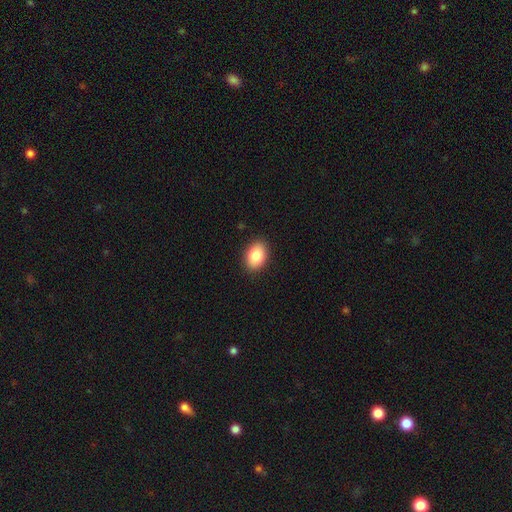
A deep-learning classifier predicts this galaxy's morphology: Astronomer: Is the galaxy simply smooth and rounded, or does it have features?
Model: smooth — 86%.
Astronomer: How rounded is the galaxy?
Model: in between — 83%.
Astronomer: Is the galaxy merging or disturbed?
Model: none — 89%.